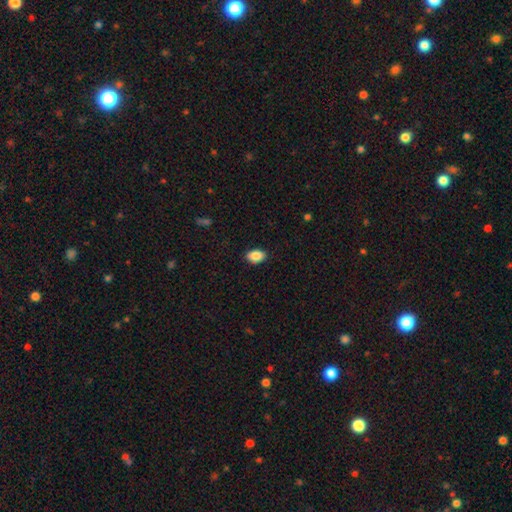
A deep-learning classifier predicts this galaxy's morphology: Overall: smooth (87%). How rounded: in between (88%). Merging: none (88%).